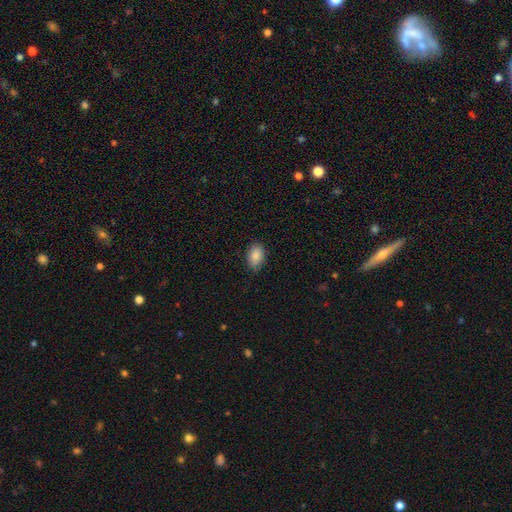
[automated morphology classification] Smooth or featured?
  - smooth: 87% *
  - star or artifact: 7%
  - featured or disk: 5%
How rounded?
  - in between: 84% *
  - round: 14%
  - cigar-shaped: 1%
Merging?
  - none: 82% *
  - minor disturbance: 15%
  - major disturbance: 3%
  - merger: 1%